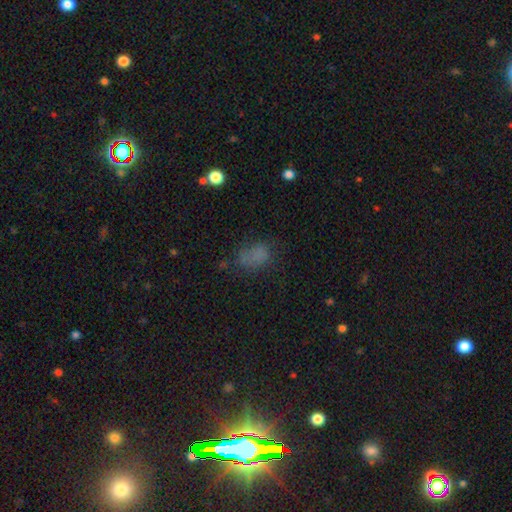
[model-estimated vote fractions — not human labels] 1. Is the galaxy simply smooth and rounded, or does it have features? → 70% smooth, 19% star or artifact, 11% featured or disk.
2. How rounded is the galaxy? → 80% in between, 17% round, 2% cigar-shaped.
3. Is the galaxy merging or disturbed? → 53% none, 25% minor disturbance, 18% major disturbance, 4% merger.